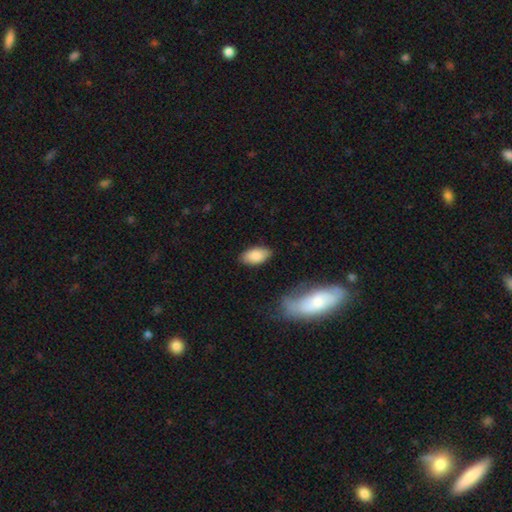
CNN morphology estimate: A smooth galaxy with no disk features (86%) that is in between round and cigar-shaped (94%). Merging: none (82%).